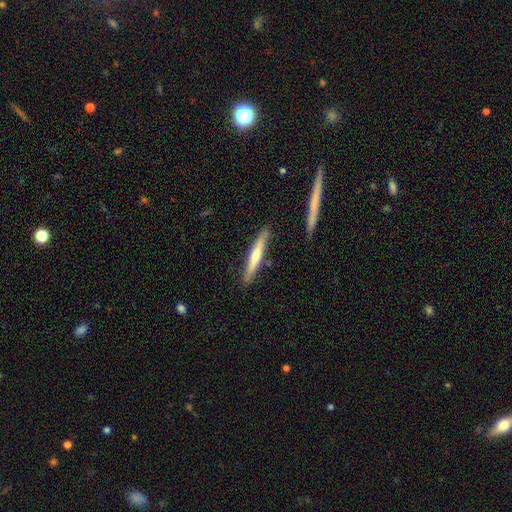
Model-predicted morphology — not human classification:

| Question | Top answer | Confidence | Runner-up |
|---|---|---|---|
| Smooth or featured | smooth | 48% | featured or disk (46%) |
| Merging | none | 86% | minor disturbance (10%) |